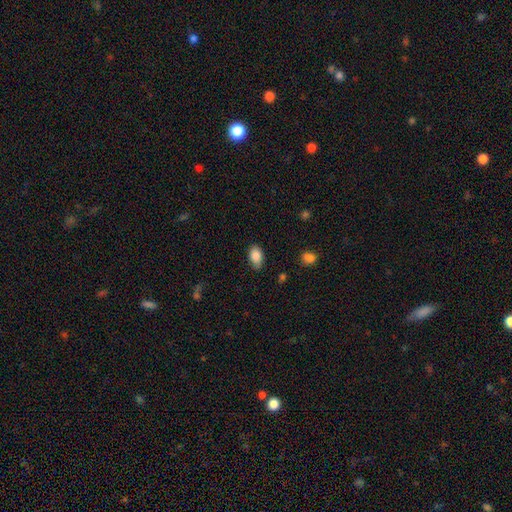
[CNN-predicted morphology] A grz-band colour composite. It shows a smooth galaxy with no disk features (86%) that is in between round and cigar-shaped (91%). Merging: none (80%).